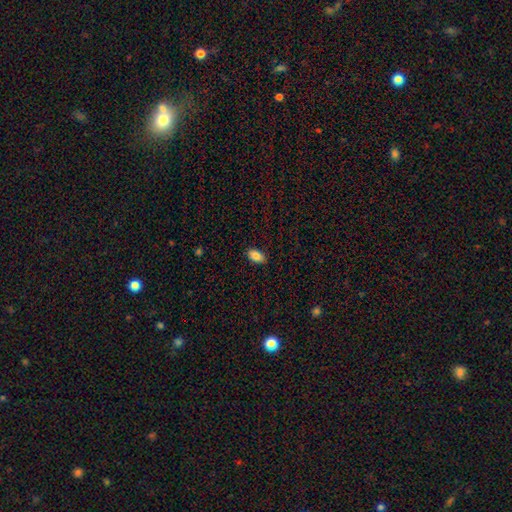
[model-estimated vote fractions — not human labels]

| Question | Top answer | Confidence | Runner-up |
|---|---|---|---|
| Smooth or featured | smooth | 86% | star or artifact (8%) |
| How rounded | in between | 93% | round (4%) |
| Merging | none | 87% | minor disturbance (10%) |